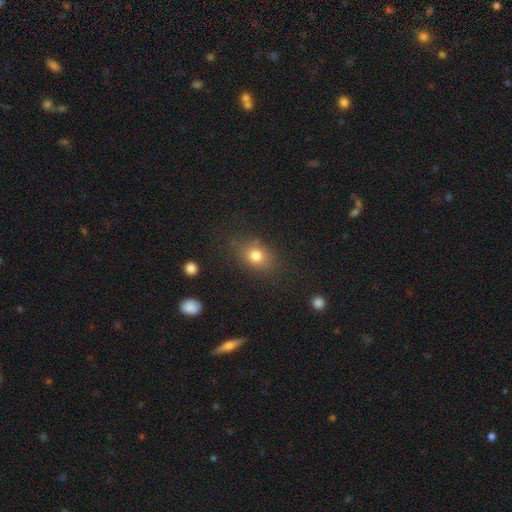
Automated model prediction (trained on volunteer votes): Morphology: type=smooth (78%); roundness=in between (59%); merging=none (78%).